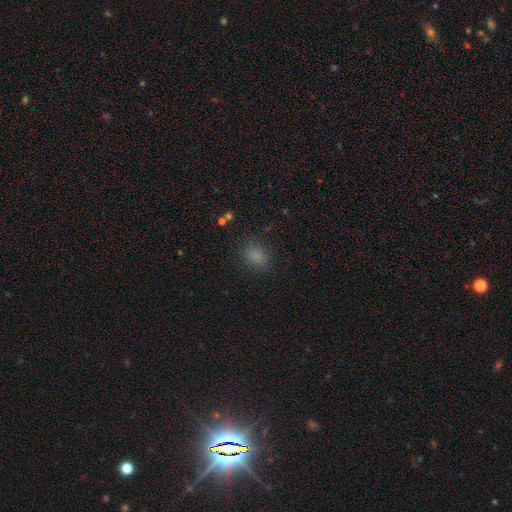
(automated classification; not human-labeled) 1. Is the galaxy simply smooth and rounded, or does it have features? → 81% smooth, 15% star or artifact, 4% featured or disk.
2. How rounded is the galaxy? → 61% in between, 37% round, 1% cigar-shaped.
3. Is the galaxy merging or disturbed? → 85% none, 10% minor disturbance, 4% major disturbance, 1% merger.